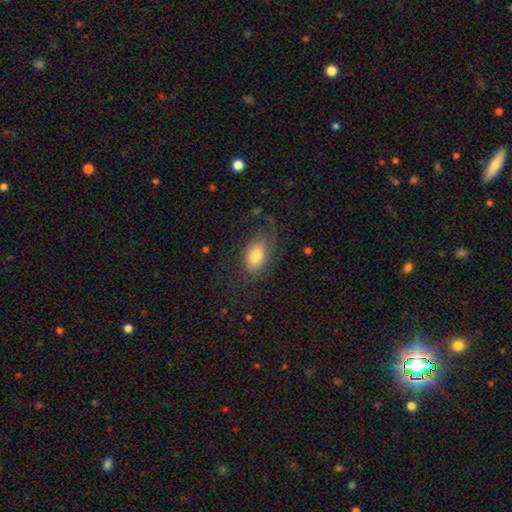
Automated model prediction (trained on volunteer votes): This appears to be a smooth galaxy with no disk features (62%) that is in between round and cigar-shaped (88%). Merging: none (52%).